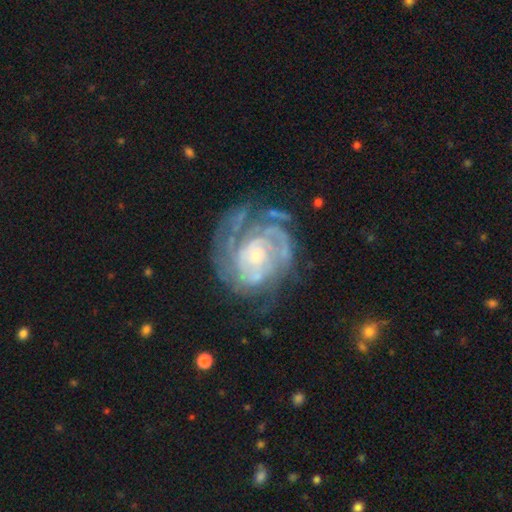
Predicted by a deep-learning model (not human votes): Smooth or featured? Predicted: featured or disk (p=0.88). Edge-on disk? Predicted: no (p=0.98). Bar? Predicted: no (p=0.71). Spiral arms? Predicted: yes (p=0.96). Spiral winding? Predicted: tight (p=0.71). Spiral arm count? Predicted: can't tell (p=0.30). Bulge size? Predicted: small (p=0.62). Merging? Predicted: none (p=0.61).